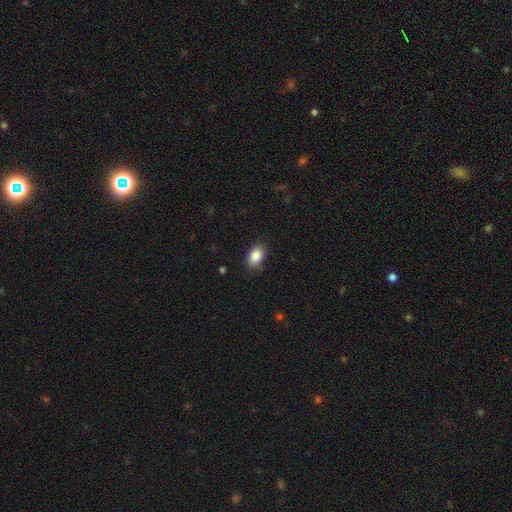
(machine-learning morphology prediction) smooth_or_featured: smooth (p=0.86) [alt: star or artifact p=0.08]
how_rounded: in between (p=0.89) [alt: round p=0.09]
merging: none (p=0.85) [alt: minor disturbance p=0.11]